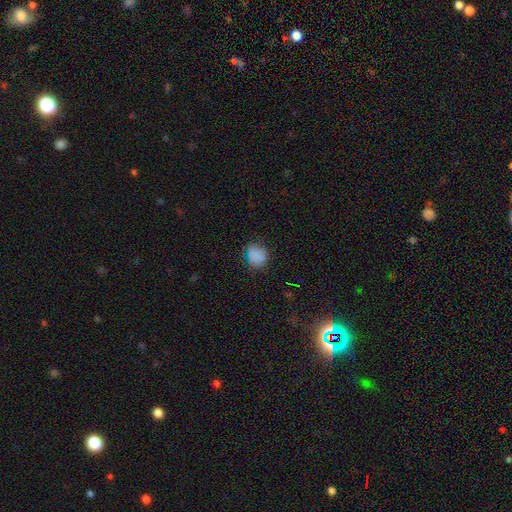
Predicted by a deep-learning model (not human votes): smooth_or_featured: smooth (p=0.83) [alt: star or artifact p=0.11]
how_rounded: round (p=0.58) [alt: in between p=0.40]
merging: none (p=0.72) [alt: minor disturbance p=0.22]